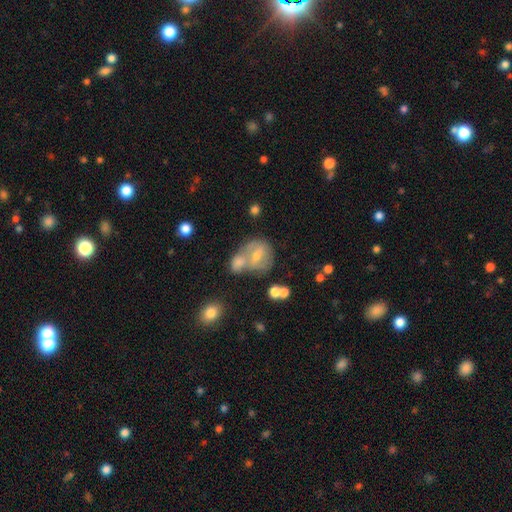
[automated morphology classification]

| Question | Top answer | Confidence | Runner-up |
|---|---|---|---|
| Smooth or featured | smooth | 48% | featured or disk (42%) |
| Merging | merger | 51% | none (30%) |